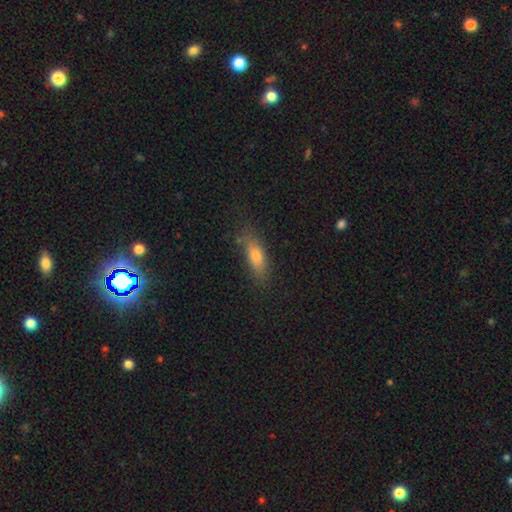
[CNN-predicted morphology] Smooth or featured? smooth (75%)
How rounded? in between (56%)
Merging? none (71%)